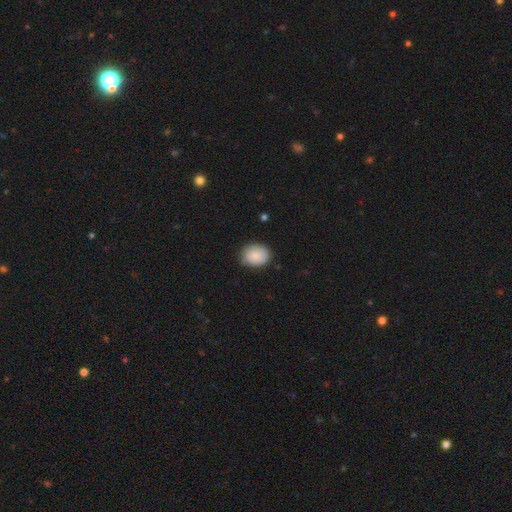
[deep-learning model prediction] Q: Smooth or featured?
A: smooth (87%); runner-up: star or artifact (7%)
Q: How rounded?
A: in between (54%); runner-up: round (45%)
Q: Merging?
A: none (79%); runner-up: minor disturbance (17%)